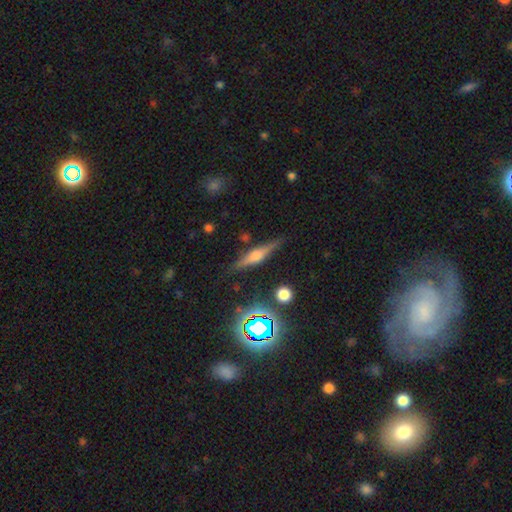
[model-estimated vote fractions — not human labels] This appears to be a featured or disk galaxy (60%) viewed edge-on (95%) with a rounded central bulge (78%). Merging: none (83%).